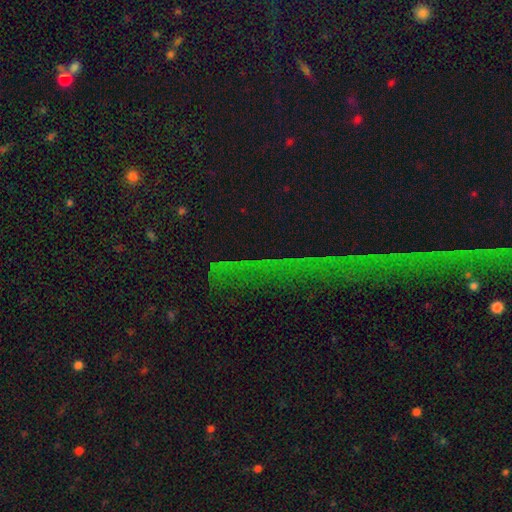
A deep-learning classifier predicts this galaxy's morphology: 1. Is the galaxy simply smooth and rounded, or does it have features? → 80% star or artifact, 10% smooth, 10% featured or disk.